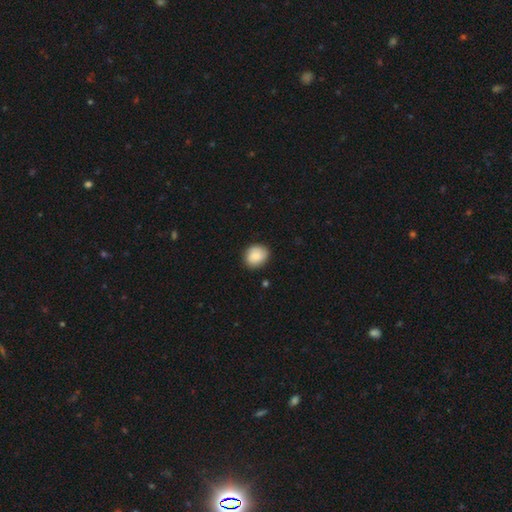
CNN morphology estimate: Q: Smooth or featured?
A: smooth (85%); runner-up: featured or disk (8%)
Q: How rounded?
A: round (68%); runner-up: in between (31%)
Q: Merging?
A: none (86%); runner-up: minor disturbance (11%)